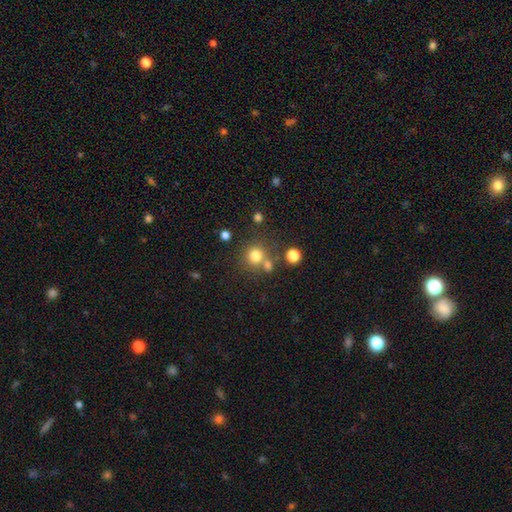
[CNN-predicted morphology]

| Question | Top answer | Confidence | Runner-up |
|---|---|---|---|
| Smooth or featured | smooth | 77% | star or artifact (15%) |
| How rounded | round | 91% | in between (8%) |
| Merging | none | 68% | merger (19%) |